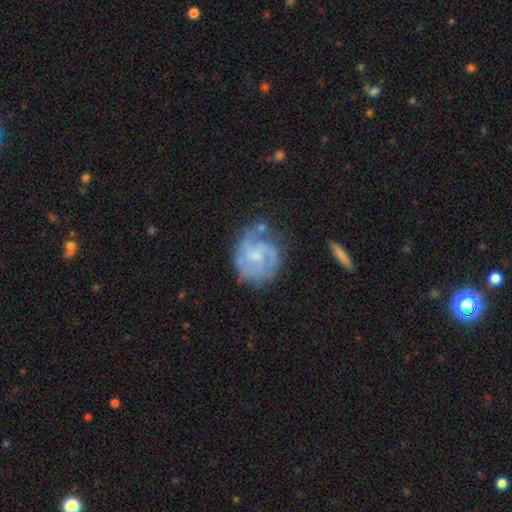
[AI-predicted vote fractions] Q: Smooth or featured?
A: featured or disk (78%); runner-up: smooth (16%)
Q: Edge-on disk?
A: no (98%); runner-up: yes (2%)
Q: Bar?
A: weak (47%); runner-up: no (46%)
Q: Spiral arms?
A: yes (91%); runner-up: no (9%)
Q: Spiral winding?
A: medium (45%); runner-up: tight (37%)
Q: Spiral arm count?
A: 2 (47%); runner-up: can't tell (20%)
Q: Bulge size?
A: small (49%); runner-up: moderate (30%)
Q: Merging?
A: none (56%); runner-up: minor disturbance (24%)